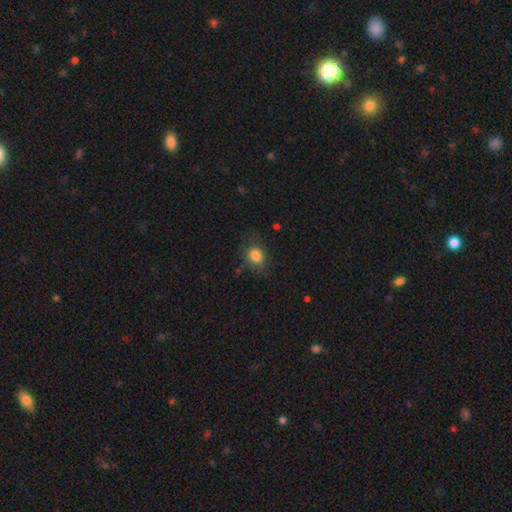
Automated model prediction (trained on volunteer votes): smooth-or-featured: smooth: 83% | star or artifact: 10% | featured or disk: 7%
  how-rounded: in between: 52% | round: 47% | cigar-shaped: 1%
  merging: none: 70% | minor disturbance: 20% | major disturbance: 8% | merger: 2%